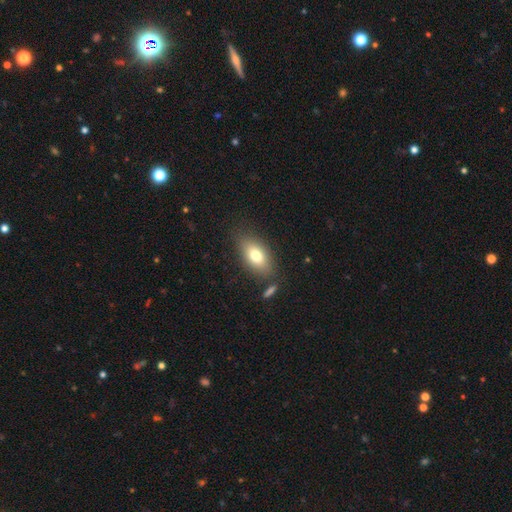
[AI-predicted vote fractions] Morphology: type=smooth (75%); roundness=in between (87%); merging=none (77%).